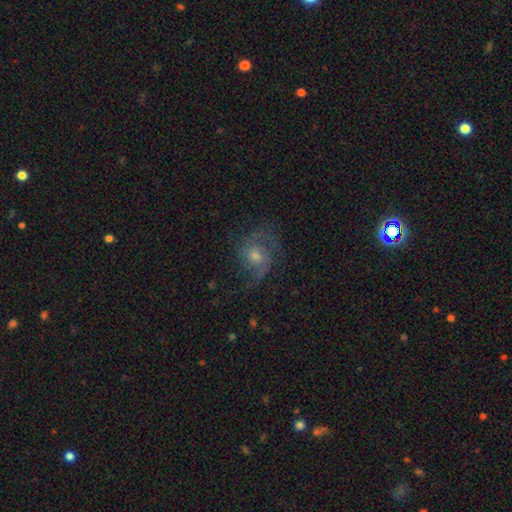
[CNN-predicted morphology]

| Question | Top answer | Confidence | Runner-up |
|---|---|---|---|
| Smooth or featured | featured or disk | 62% | smooth (27%) |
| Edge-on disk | no | 97% | yes (3%) |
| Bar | no | 65% | weak (30%) |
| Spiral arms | yes | 87% | no (13%) |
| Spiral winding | medium | 46% | loose (38%) |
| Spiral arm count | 2 | 66% | can't tell (14%) |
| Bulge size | moderate | 54% | small (32%) |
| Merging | none | 53% | major disturbance (23%) |